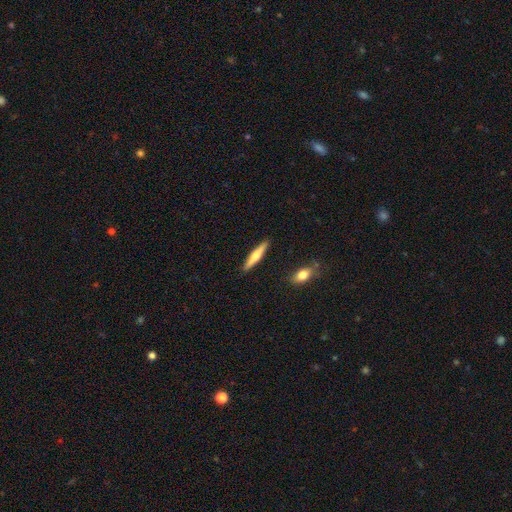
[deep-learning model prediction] This appears to be a smooth galaxy with no disk features (56%) that is cigar-shaped (90%). Merging: none (90%).